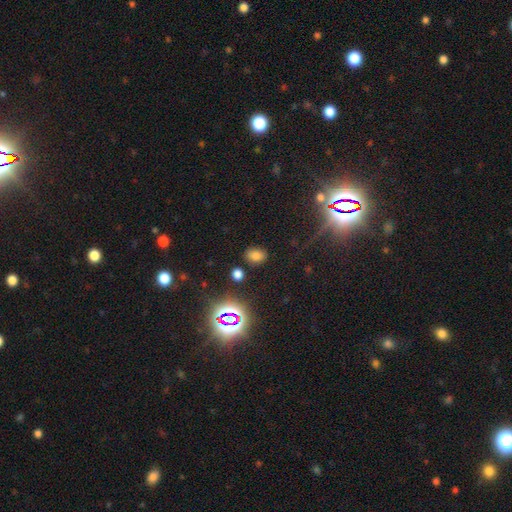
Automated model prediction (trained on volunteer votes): smooth 70%, star or artifact 23%, featured or disk 7%. Down the decision tree: how rounded — in between (72%); merging — none (82%).